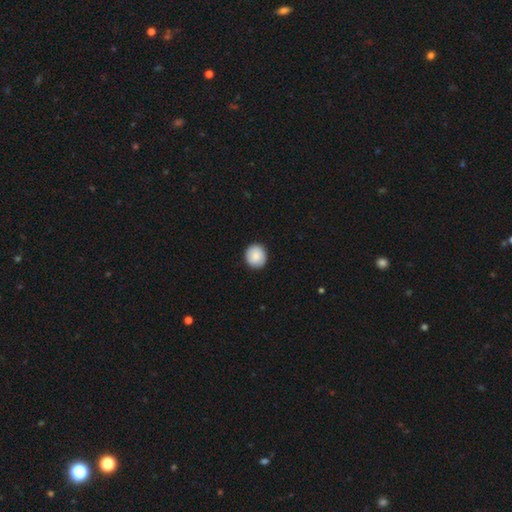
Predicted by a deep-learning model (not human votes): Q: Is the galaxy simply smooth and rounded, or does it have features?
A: smooth — 86%.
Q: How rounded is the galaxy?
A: round — 89%.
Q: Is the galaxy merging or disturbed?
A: none — 90%.